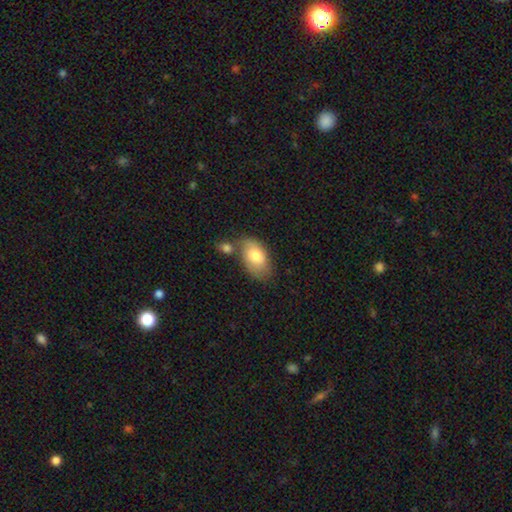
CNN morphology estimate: Smooth or featured?
  - smooth: 77% *
  - featured or disk: 16%
  - star or artifact: 7%
How rounded?
  - in between: 91% *
  - round: 7%
  - cigar-shaped: 1%
Merging?
  - none: 55% *
  - merger: 21%
  - minor disturbance: 19%
  - major disturbance: 6%